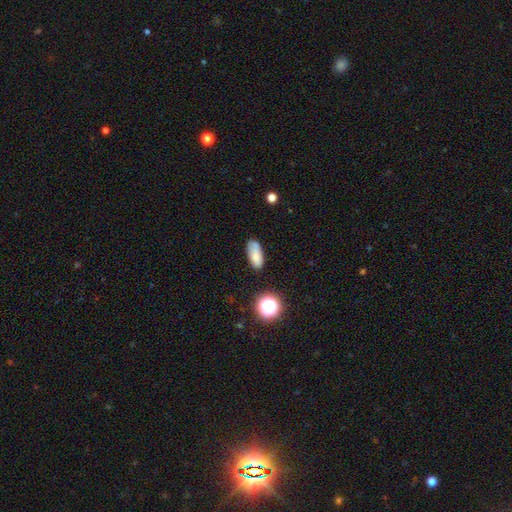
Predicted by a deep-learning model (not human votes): smooth-or-featured: smooth: 77% | featured or disk: 13% | star or artifact: 11%
  how-rounded: in between: 82% | cigar-shaped: 14% | round: 5%
  merging: none: 66% | minor disturbance: 24% | major disturbance: 7% | merger: 4%